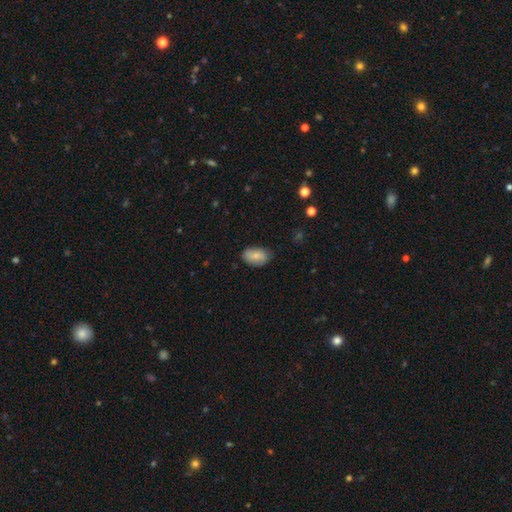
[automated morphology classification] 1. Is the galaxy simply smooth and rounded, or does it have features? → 79% smooth, 15% featured or disk, 7% star or artifact.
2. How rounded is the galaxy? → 91% in between, 7% round, 2% cigar-shaped.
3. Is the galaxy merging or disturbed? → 77% none, 19% minor disturbance, 3% major disturbance, 1% merger.